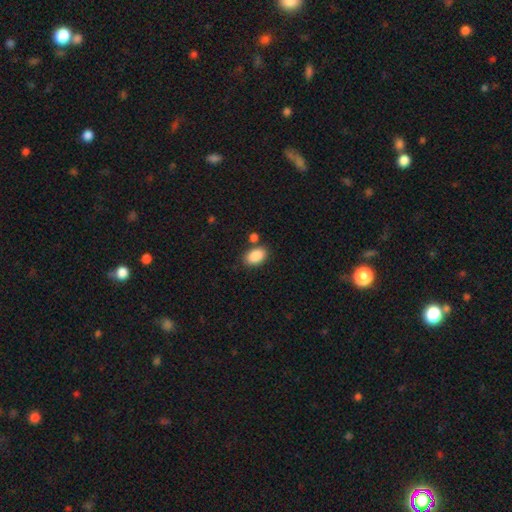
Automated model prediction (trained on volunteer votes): A smooth galaxy with no disk features (89%) that is in between round and cigar-shaped (91%).

Vote fractions:
- Smooth or featured? smooth: 89% / star or artifact: 7% / featured or disk: 4%
- How rounded? in between: 91% / round: 8% / cigar-shaped: 1%
- Merging? none: 76% / minor disturbance: 11% / merger: 10% / major disturbance: 3%